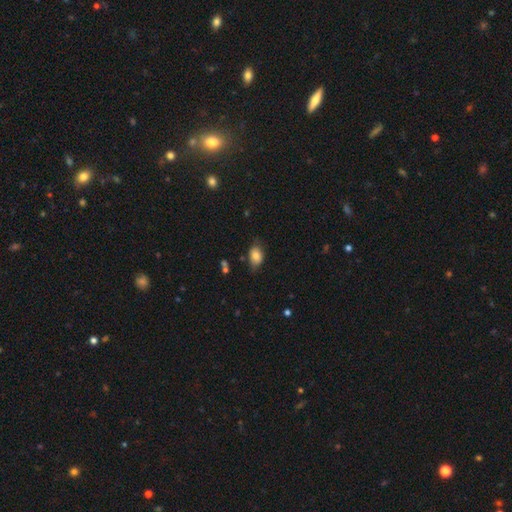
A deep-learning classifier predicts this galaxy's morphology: Q: Smooth or featured?
A: smooth (79%); runner-up: featured or disk (13%)
Q: How rounded?
A: in between (85%); runner-up: round (14%)
Q: Merging?
A: none (65%); runner-up: minor disturbance (27%)